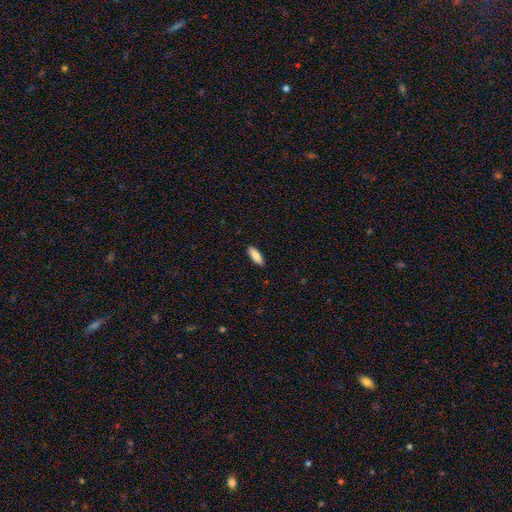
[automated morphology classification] This is clearly a smooth galaxy (86%). How rounded: possibly in between (58%). Merging: clearly none (88%).